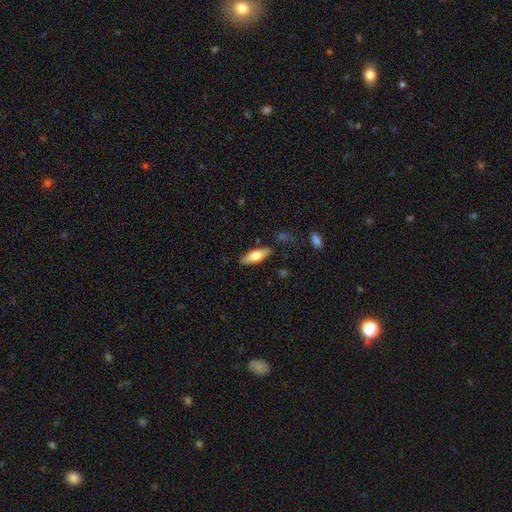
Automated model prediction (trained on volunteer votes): A smooth galaxy with no disk features (66%) that is in between round and cigar-shaped (56%).

Vote fractions:
- Smooth or featured? smooth: 66% / featured or disk: 28% / star or artifact: 6%
- How rounded? in between: 56% / cigar-shaped: 42% / round: 2%
- Merging? none: 84% / minor disturbance: 11% / major disturbance: 3% / merger: 2%